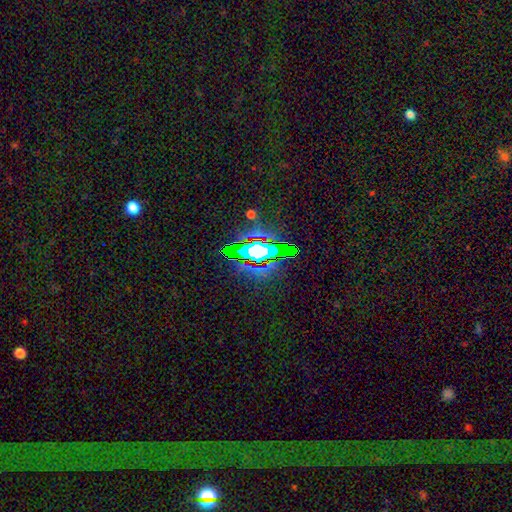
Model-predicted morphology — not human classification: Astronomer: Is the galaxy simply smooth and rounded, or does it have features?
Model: star or artifact — 57%.